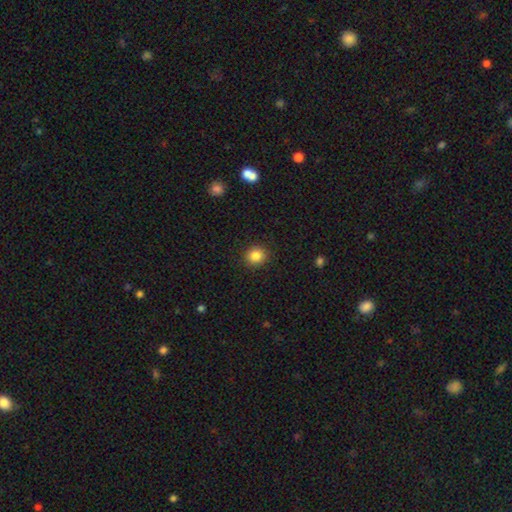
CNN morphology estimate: Smooth or featured?
  - smooth: 85% *
  - star or artifact: 11%
  - featured or disk: 4%
How rounded?
  - round: 85% *
  - in between: 14%
  - cigar-shaped: 1%
Merging?
  - none: 91% *
  - minor disturbance: 6%
  - major disturbance: 2%
  - merger: 1%